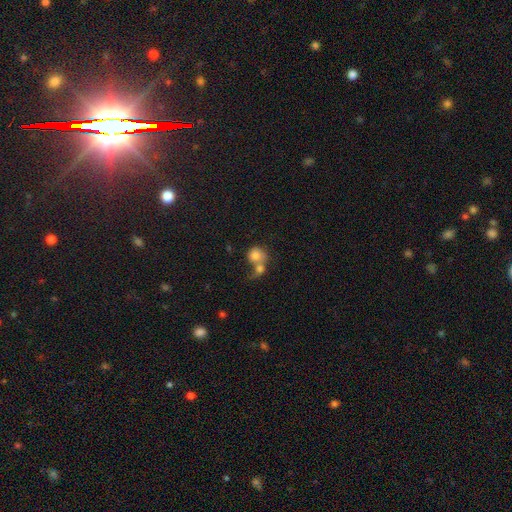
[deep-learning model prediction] Smooth or featured? smooth (77%)
How rounded? round (75%)
Merging? merger (66%)